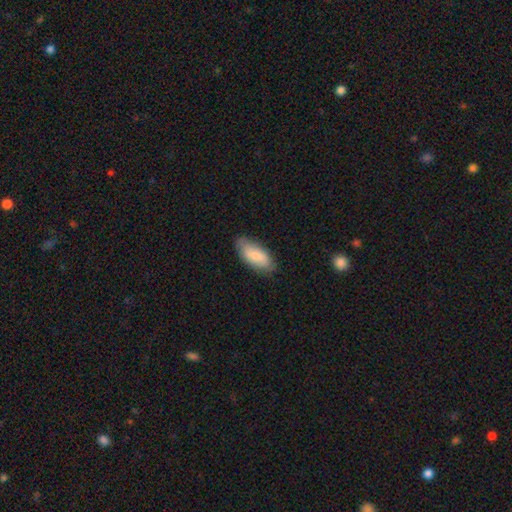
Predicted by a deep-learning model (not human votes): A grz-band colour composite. It shows a smooth galaxy with no disk features (79%) that is in between round and cigar-shaped (87%). Merging: none (76%).